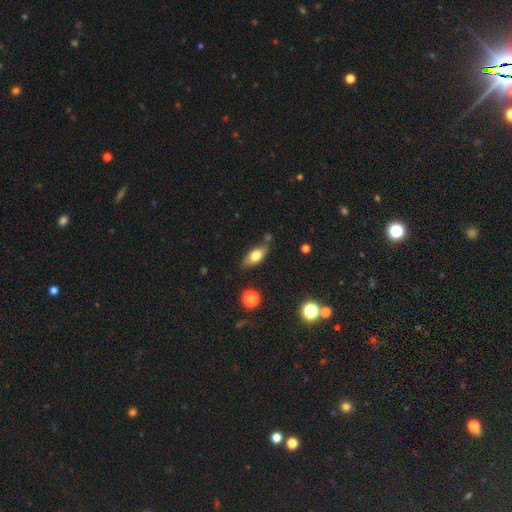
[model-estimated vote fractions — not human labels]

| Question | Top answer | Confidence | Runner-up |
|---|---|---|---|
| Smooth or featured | smooth | 71% | featured or disk (21%) |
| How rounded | in between | 81% | cigar-shaped (15%) |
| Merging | none | 74% | minor disturbance (17%) |